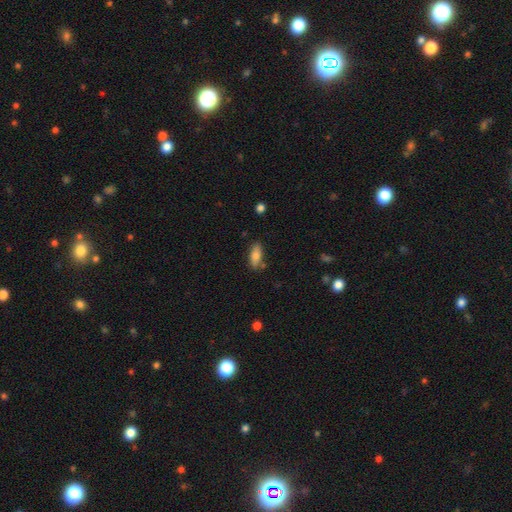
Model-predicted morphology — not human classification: smooth 79%, featured or disk 14%, star or artifact 7%. Down the decision tree: how rounded — in between (77%); merging — none (78%).